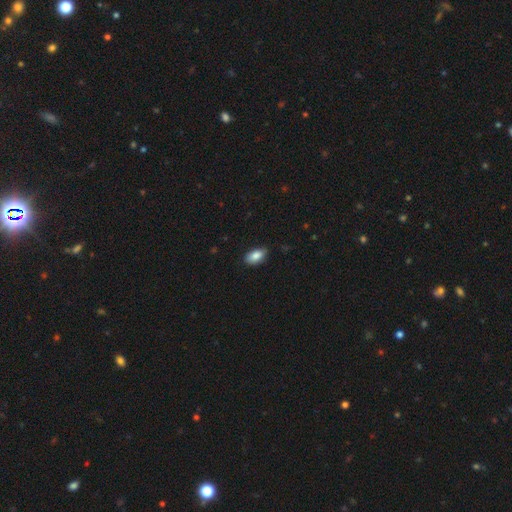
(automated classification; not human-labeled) smooth-or-featured: smooth: 86% | star or artifact: 7% | featured or disk: 7%
  how-rounded: in between: 93% | round: 4% | cigar-shaped: 3%
  merging: none: 82% | minor disturbance: 15% | major disturbance: 2% | merger: 1%